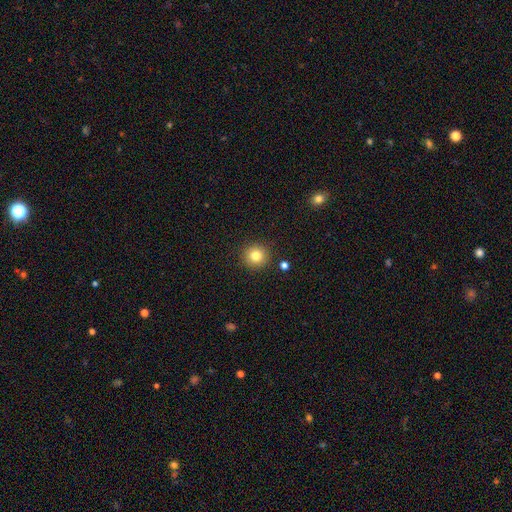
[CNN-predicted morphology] Overall: smooth (81%). How rounded: round (93%). Merging: none (89%).